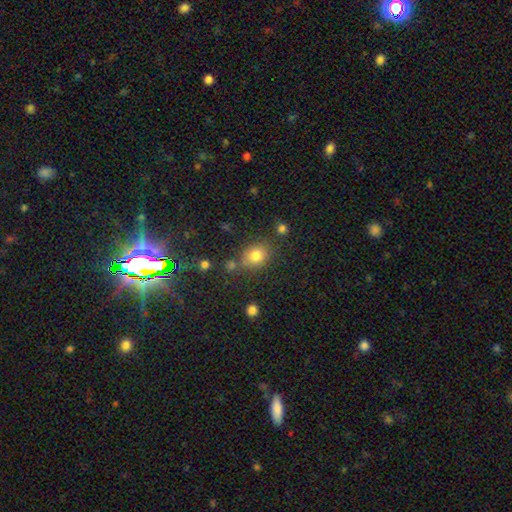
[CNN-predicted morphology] Smooth or featured? smooth (79%)
How rounded? round (56%)
Merging? none (69%)